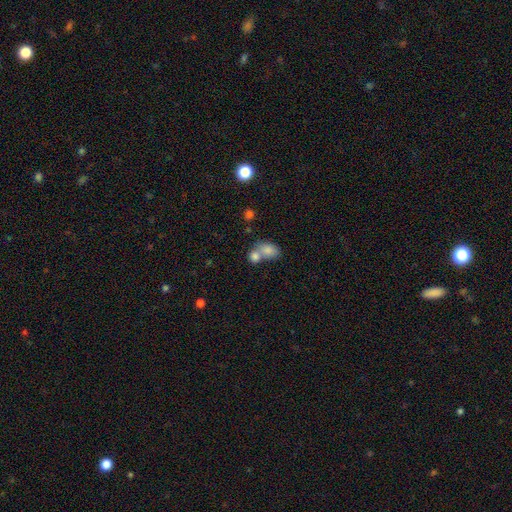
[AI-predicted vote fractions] Q: Smooth or featured?
A: smooth (80%); runner-up: featured or disk (11%)
Q: How rounded?
A: in between (58%); runner-up: round (40%)
Q: Merging?
A: merger (62%); runner-up: none (27%)